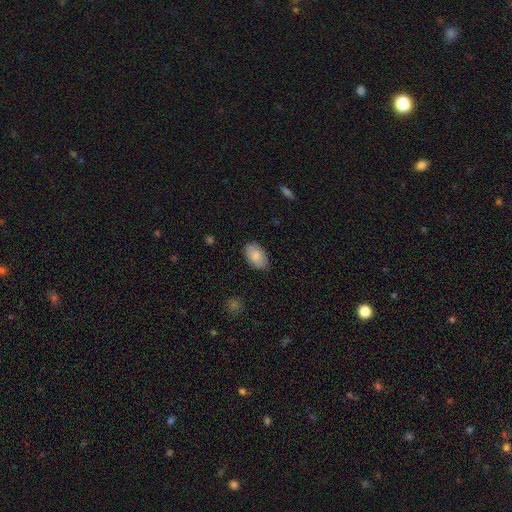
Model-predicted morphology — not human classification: type=smooth (85%); roundness=in between (93%); merging=none (86%).